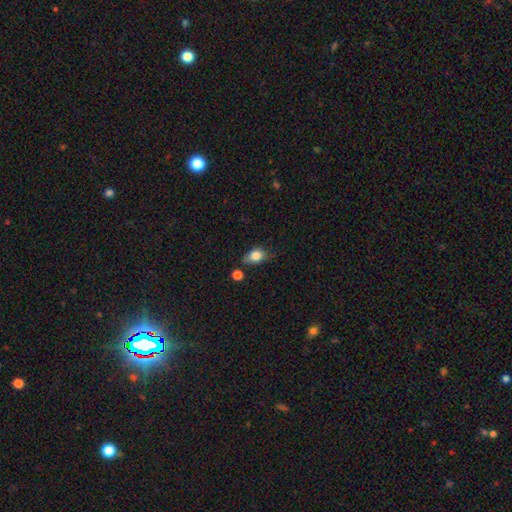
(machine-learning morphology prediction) Smooth or featured? Predicted: smooth (p=0.82). How rounded? Predicted: in between (p=0.69). Merging? Predicted: none (p=0.57).